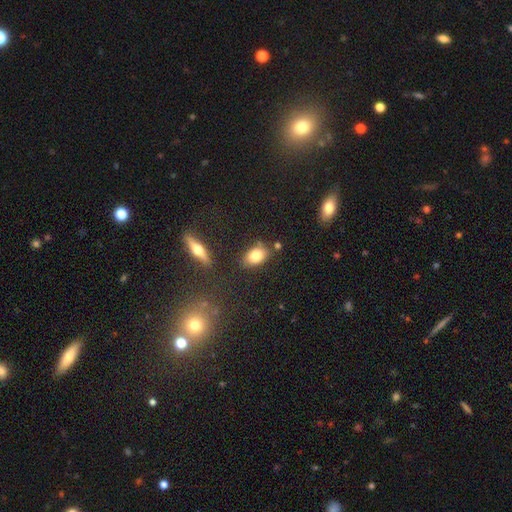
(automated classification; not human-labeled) smooth-or-featured: smooth: 80% | featured or disk: 12% | star or artifact: 8%
  how-rounded: in between: 83% | round: 14% | cigar-shaped: 3%
  merging: none: 77% | minor disturbance: 14% | merger: 6% | major disturbance: 3%